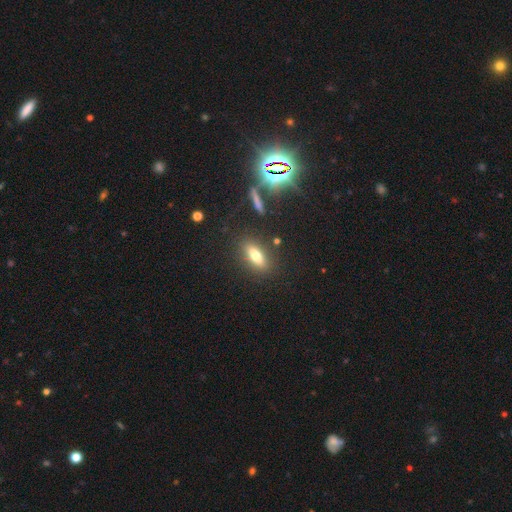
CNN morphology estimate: smooth-or-featured: smooth: 72% | featured or disk: 17% | star or artifact: 10%
  how-rounded: in between: 70% | cigar-shaped: 25% | round: 5%
  merging: none: 83% | minor disturbance: 10% | major disturbance: 4% | merger: 3%